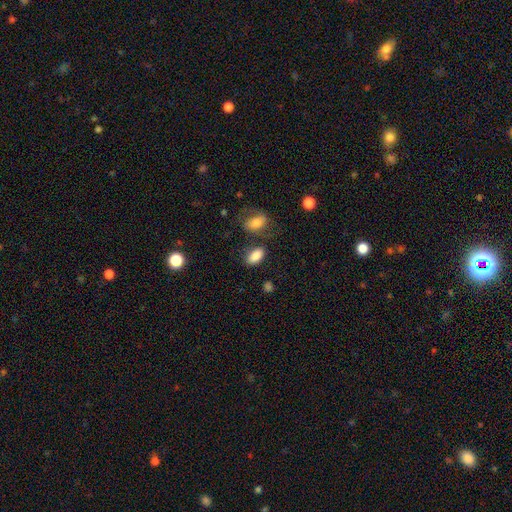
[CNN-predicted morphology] The model was most divided on "merging": none: 73%, minor disturbance: 13%, merger: 9%, major disturbance: 5%. More confident: how rounded — in between (92%); smooth or featured — smooth (84%).